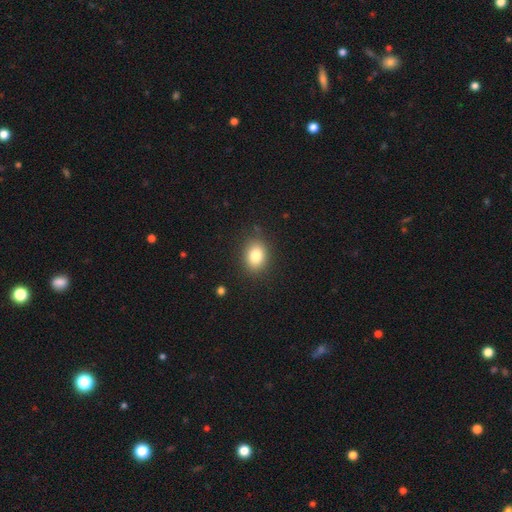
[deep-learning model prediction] Smooth or featured: smooth — 82% (star or artifact — 10%)
How rounded: in between — 62% (round — 37%)
Merging: none — 87% (minor disturbance — 9%)